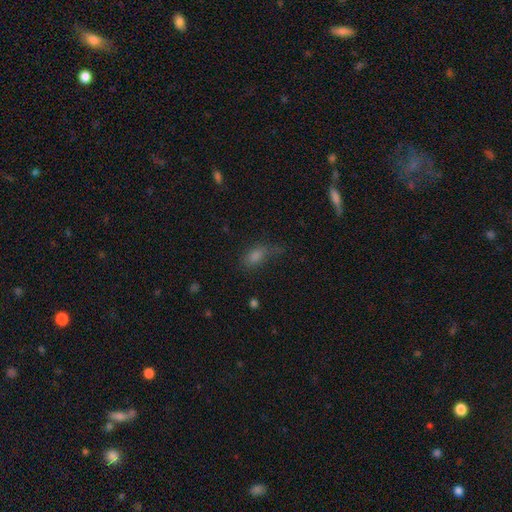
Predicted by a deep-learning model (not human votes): Smooth or featured? Predicted: smooth (p=0.65). How rounded? Predicted: in between (p=0.75). Merging? Predicted: none (p=0.50).